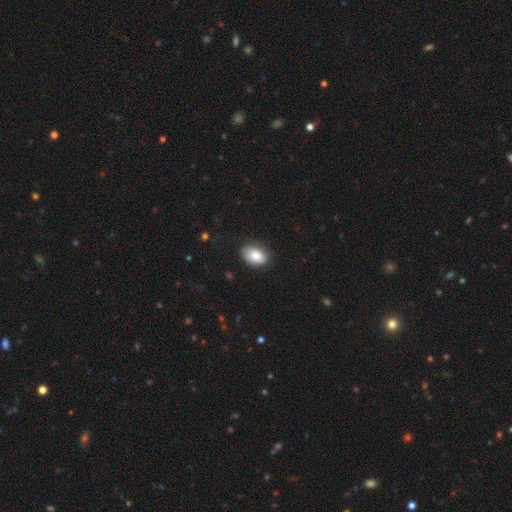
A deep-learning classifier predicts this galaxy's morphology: Smooth or featured? Predicted: smooth (p=0.79). How rounded? Predicted: in between (p=0.85). Merging? Predicted: none (p=0.74).